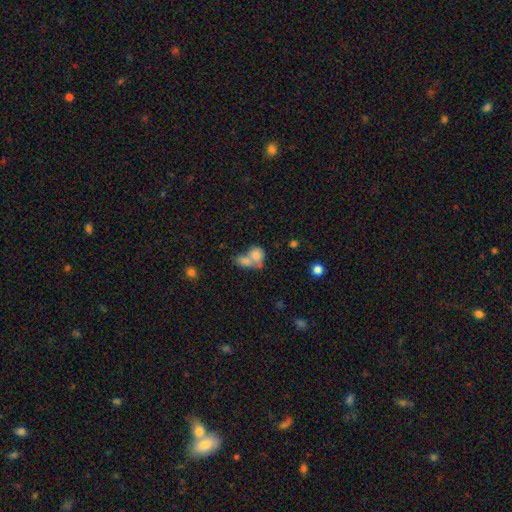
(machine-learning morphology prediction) Smooth or featured?
  - smooth: 77% *
  - featured or disk: 14%
  - star or artifact: 9%
How rounded?
  - in between: 62% *
  - round: 36%
  - cigar-shaped: 2%
Merging?
  - merger: 68% *
  - none: 19%
  - minor disturbance: 8%
  - major disturbance: 6%